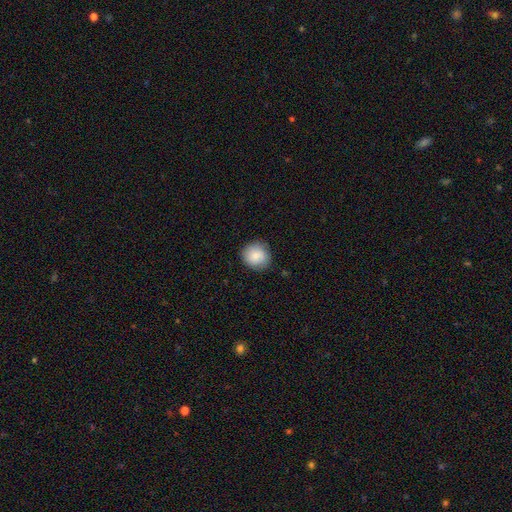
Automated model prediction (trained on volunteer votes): Smooth or featured: smooth — 83% (featured or disk — 10%)
How rounded: round — 89% (in between — 10%)
Merging: none — 83% (minor disturbance — 13%)